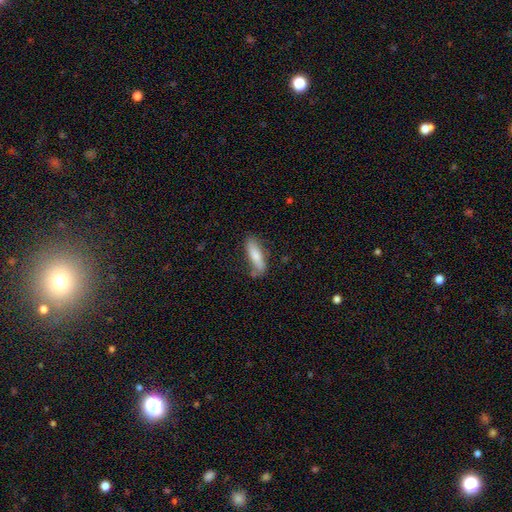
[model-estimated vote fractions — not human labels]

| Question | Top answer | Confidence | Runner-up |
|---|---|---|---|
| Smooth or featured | smooth | 73% | featured or disk (21%) |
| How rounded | cigar-shaped | 54% | in between (44%) |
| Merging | none | 64% | minor disturbance (25%) |